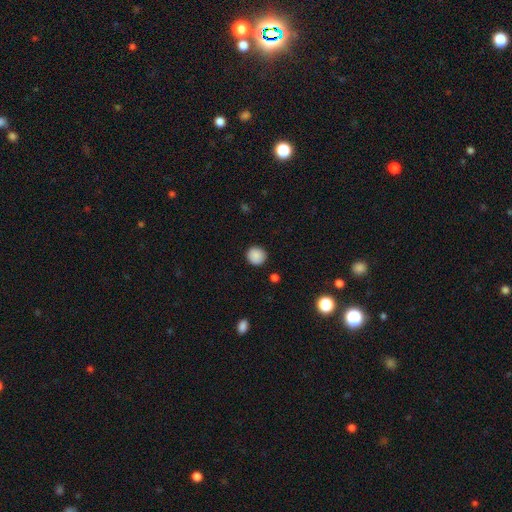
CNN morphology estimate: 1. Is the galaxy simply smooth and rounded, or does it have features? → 88% smooth, 9% star or artifact, 3% featured or disk.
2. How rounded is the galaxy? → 93% round, 6% in between, 1% cigar-shaped.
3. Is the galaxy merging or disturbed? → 91% none, 6% minor disturbance, 2% major disturbance, 1% merger.